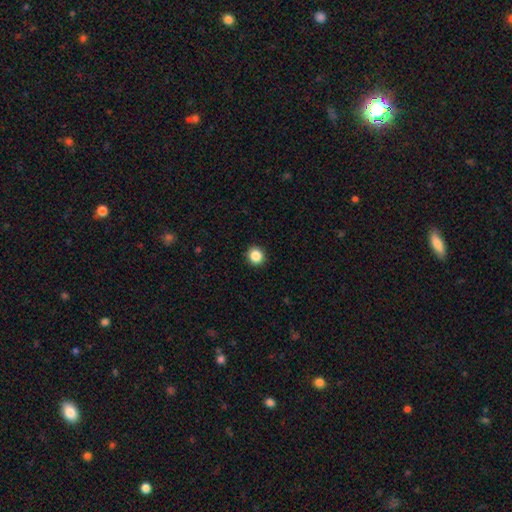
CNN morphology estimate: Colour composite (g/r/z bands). It shows a smooth galaxy with no disk features (87%) that is round (91%). Merging: none (93%).